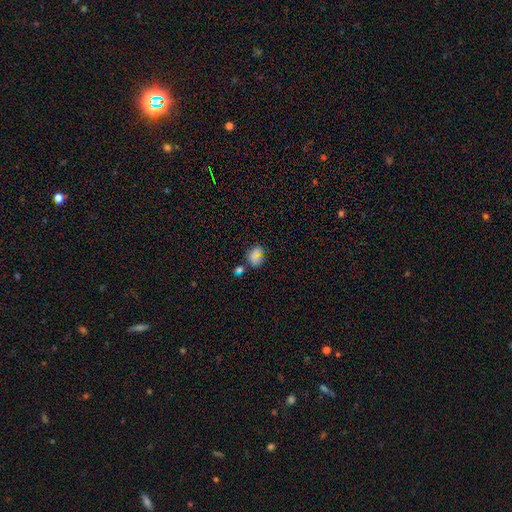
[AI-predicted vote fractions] smooth_or_featured: smooth (p=0.65) [alt: star or artifact p=0.25]
how_rounded: in between (p=0.51) [alt: round p=0.47]
merging: none (p=0.58) [alt: minor disturbance p=0.20]